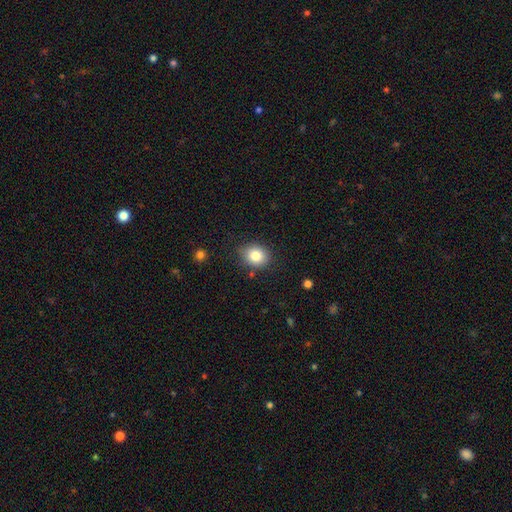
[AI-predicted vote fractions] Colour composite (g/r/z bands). It shows a smooth galaxy with no disk features (82%) that is round (61%). Merging: none (82%).